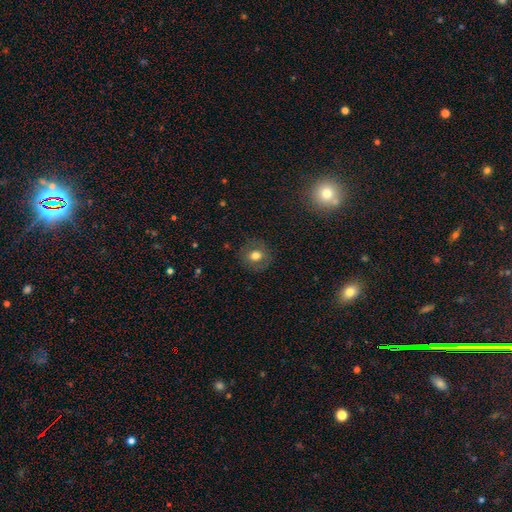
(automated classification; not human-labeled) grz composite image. It shows a smooth galaxy with no disk features (69%) that is round (79%). Merging: none (84%).